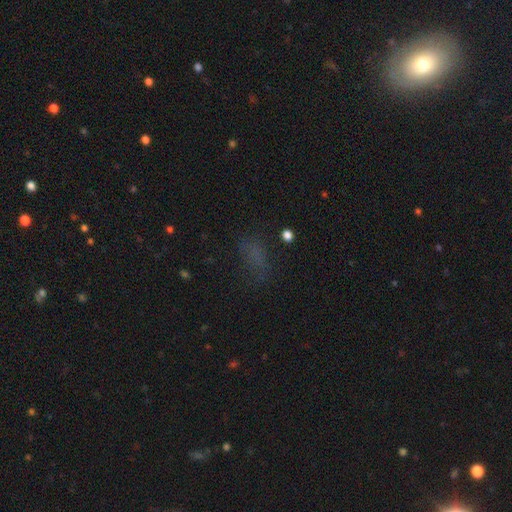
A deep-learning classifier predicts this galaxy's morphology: Smooth or featured: smooth — 58% (star or artifact — 29%)
How rounded: in between — 79% (round — 14%)
Merging: none — 61% (minor disturbance — 20%)